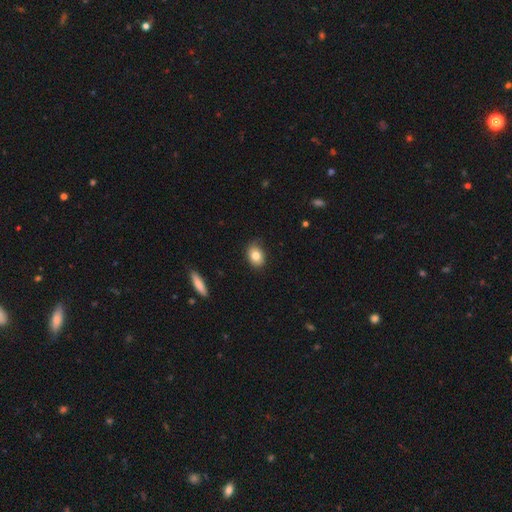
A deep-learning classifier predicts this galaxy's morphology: A smooth galaxy with no disk features (80%) that is in between round and cigar-shaped (70%). Merging: none (81%).